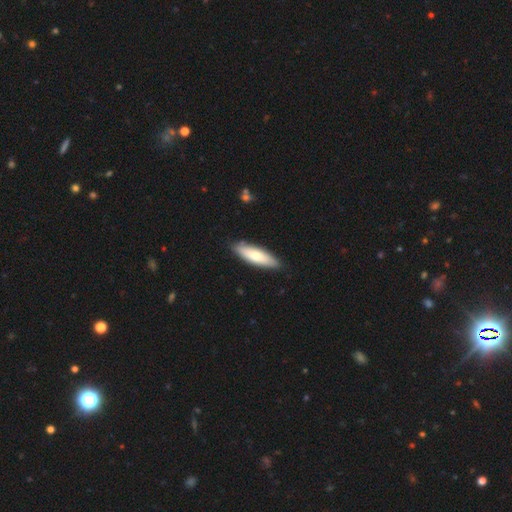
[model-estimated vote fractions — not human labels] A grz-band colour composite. It shows a smooth galaxy with no disk features (71%) that is cigar-shaped (56%). Merging: none (87%).